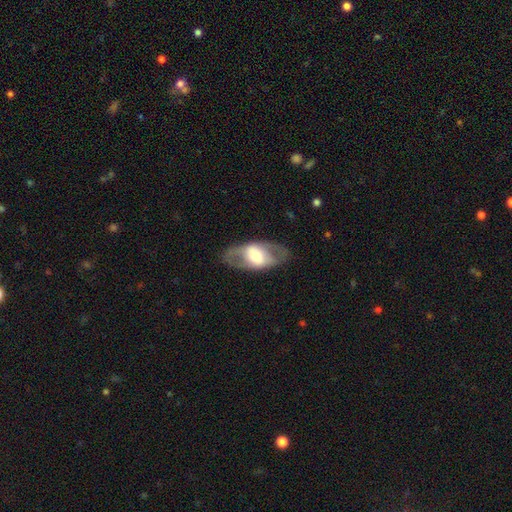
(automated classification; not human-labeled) Smooth or featured: featured or disk — 58% (smooth — 37%)
Edge-on disk: no — 81% (yes — 19%)
Merging: none — 76% (minor disturbance — 13%)